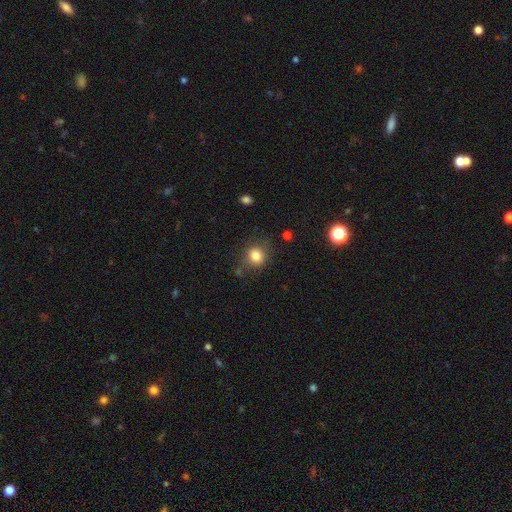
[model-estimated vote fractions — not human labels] smooth_or_featured: smooth (p=0.81) [alt: star or artifact p=0.12]
how_rounded: round (p=0.79) [alt: in between p=0.20]
merging: none (p=0.76) [alt: minor disturbance p=0.15]